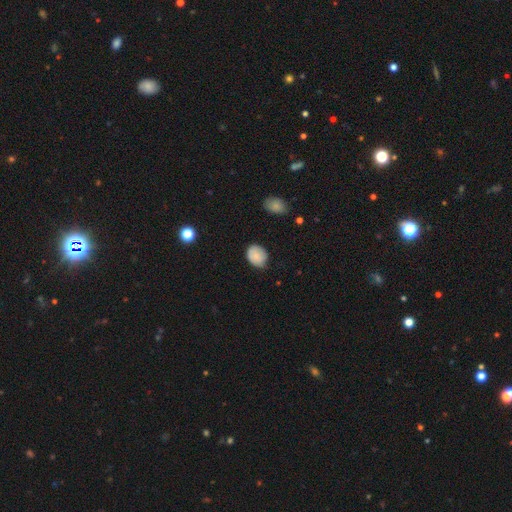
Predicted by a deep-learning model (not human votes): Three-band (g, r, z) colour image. It shows a smooth galaxy with no disk features (83%) that is in between round and cigar-shaped (54%). Merging: none (73%).